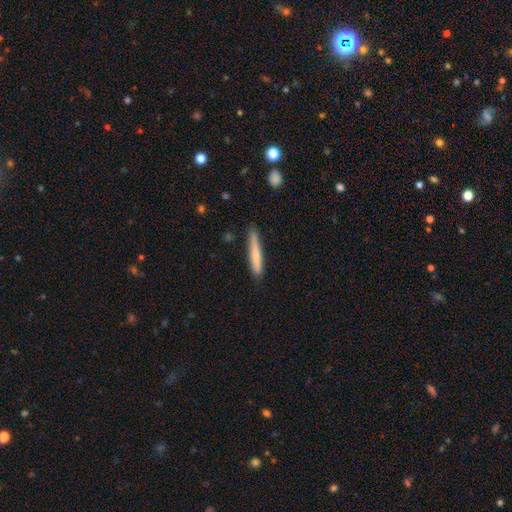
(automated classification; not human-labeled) smooth-or-featured: smooth: 70% | featured or disk: 25% | star or artifact: 6%
  how-rounded: cigar-shaped: 95% | in between: 4% | round: 1%
  merging: none: 81% | minor disturbance: 15% | major disturbance: 2% | merger: 2%